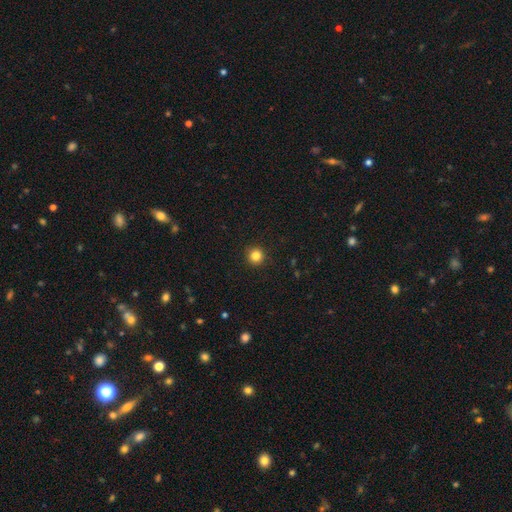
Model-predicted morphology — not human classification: smooth-or-featured: smooth: 83% | star or artifact: 12% | featured or disk: 5%
  how-rounded: round: 95% | in between: 4% | cigar-shaped: 1%
  merging: none: 93% | minor disturbance: 5% | major disturbance: 2% | merger: 1%